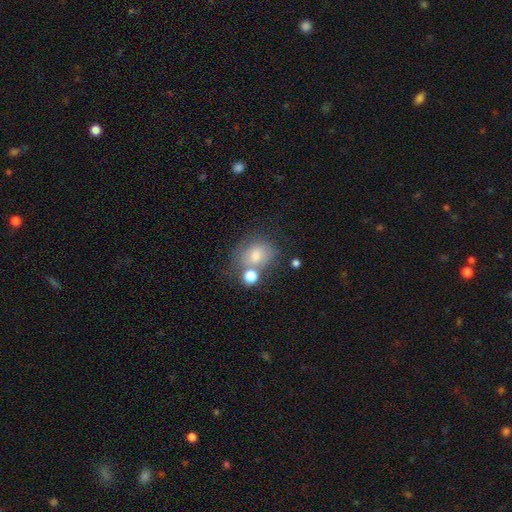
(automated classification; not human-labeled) Overall: smooth (69%). How rounded: round (62%; in between 37%). Merging: none (53%; merger 23%).